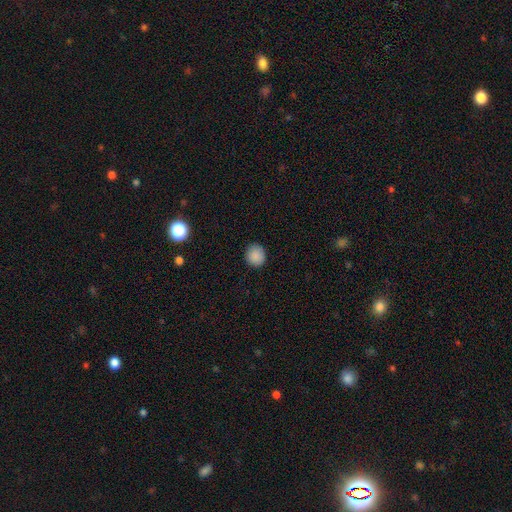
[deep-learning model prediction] Smooth or featured: smooth — 88% (star or artifact — 9%)
How rounded: round — 86% (in between — 13%)
Merging: none — 90% (minor disturbance — 7%)